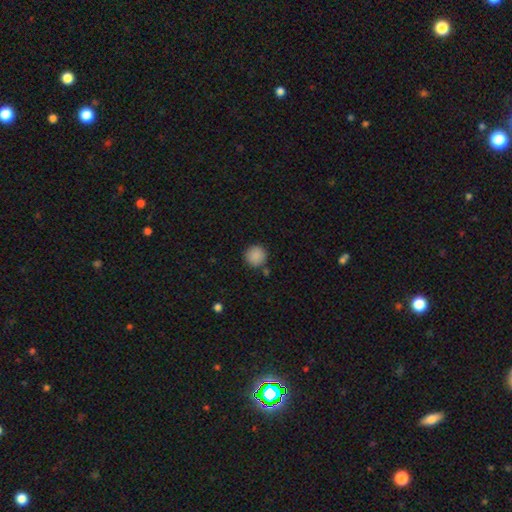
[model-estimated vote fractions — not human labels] Q: Smooth or featured?
A: smooth (88%); runner-up: star or artifact (9%)
Q: How rounded?
A: round (95%); runner-up: in between (4%)
Q: Merging?
A: none (84%); runner-up: minor disturbance (8%)